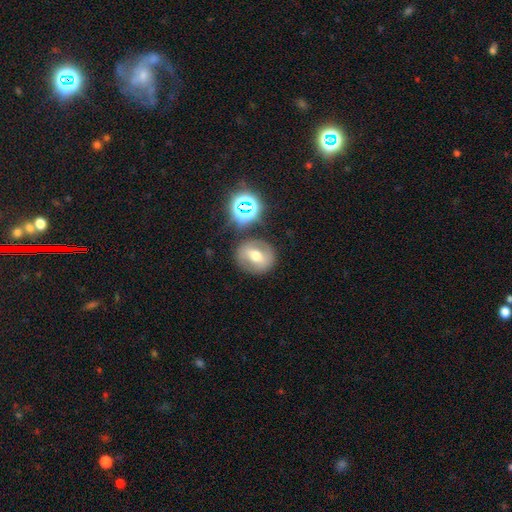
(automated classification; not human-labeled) A smooth galaxy with no disk features (46%).

Vote fractions:
- Smooth or featured? smooth: 46% / featured or disk: 39% / star or artifact: 14%
- Merging? none: 76% / minor disturbance: 12% / merger: 7% / major disturbance: 5%